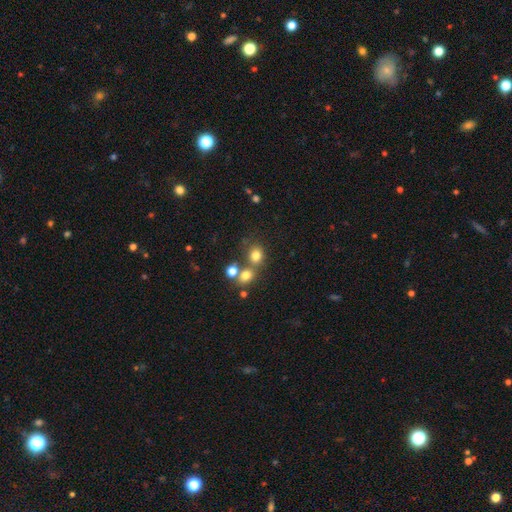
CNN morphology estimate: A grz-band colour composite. It shows a smooth galaxy with no disk features (75%) that is round (73%). Merging: none (57%).